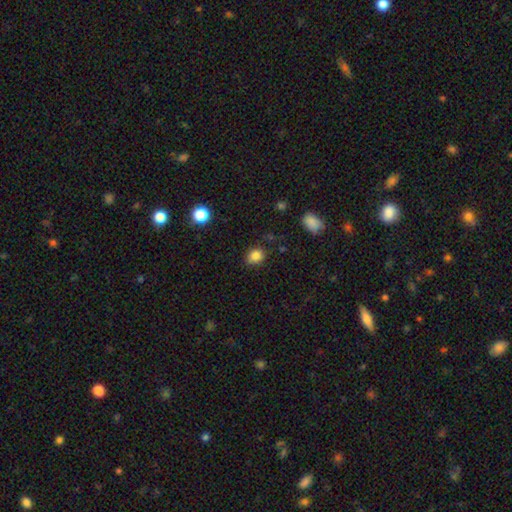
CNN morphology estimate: The model was most divided on "how rounded": round: 55%, in between: 44%, cigar-shaped: 1%. More confident: smooth or featured — smooth (84%); merging — none (79%).